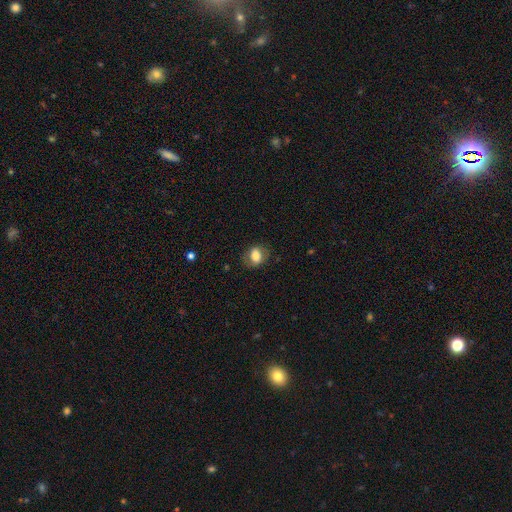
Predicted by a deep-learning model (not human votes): Smooth or featured: smooth — 73% (featured or disk — 18%)
How rounded: in between — 65% (round — 33%)
Merging: none — 74% (minor disturbance — 17%)